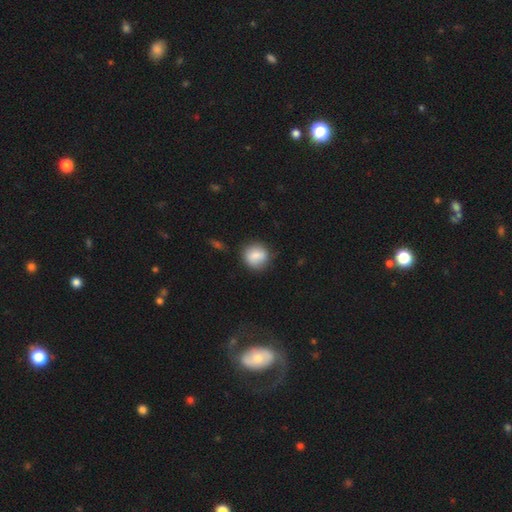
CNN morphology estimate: Overall: smooth (80%). How rounded: round (82%). Merging: none (75%).